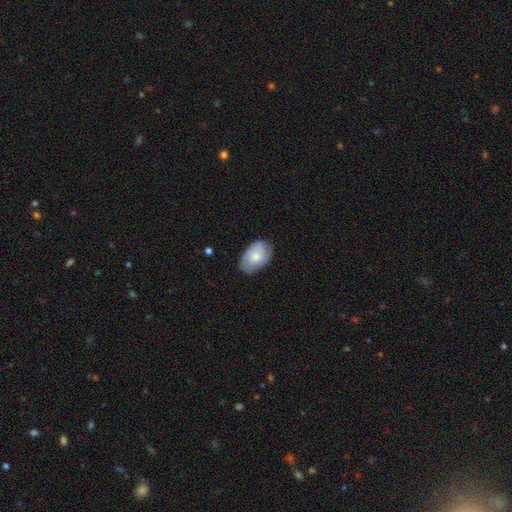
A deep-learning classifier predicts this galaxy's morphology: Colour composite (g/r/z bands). It shows a smooth galaxy with no disk features (68%) that is in between round and cigar-shaped (89%). Merging: none (76%).